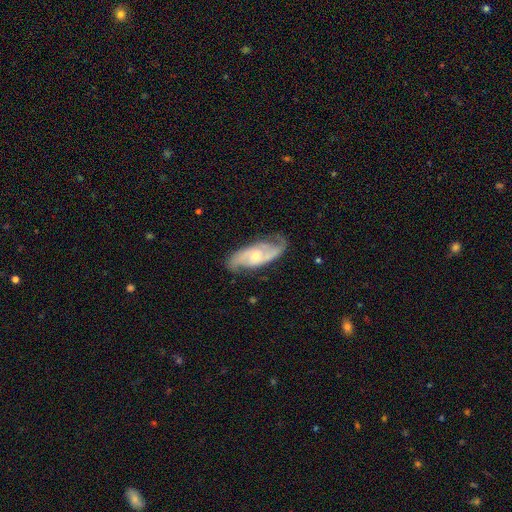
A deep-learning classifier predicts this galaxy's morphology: This is clearly a featured or disk galaxy (84%). It is clearly not viewed edge-on (92%). Bar: possibly no (59%). Spiral arm pattern: clearly yes (95%). Spiral arm count: clearly 2 (84%). Spiral winding: possibly medium (46%). Central bulge: possibly moderate (50%). Merging: likely none (75%).